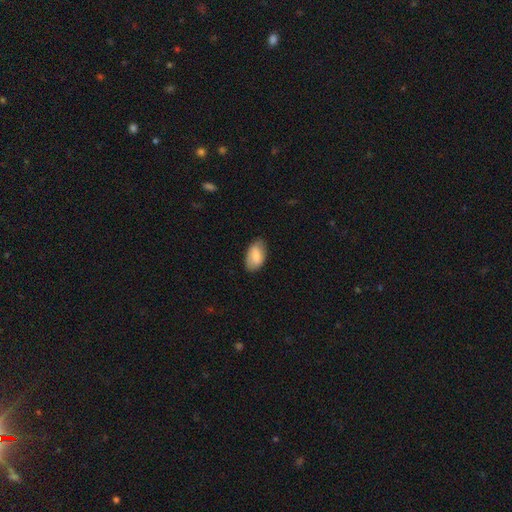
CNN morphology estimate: Q: Smooth or featured?
A: smooth (72%); runner-up: featured or disk (22%)
Q: How rounded?
A: in between (94%); runner-up: round (4%)
Q: Merging?
A: none (81%); runner-up: minor disturbance (15%)